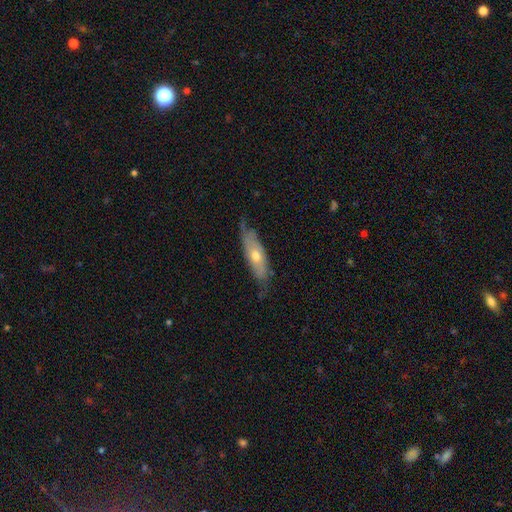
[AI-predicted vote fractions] A featured or disk galaxy (55%). Merging: none (65%).